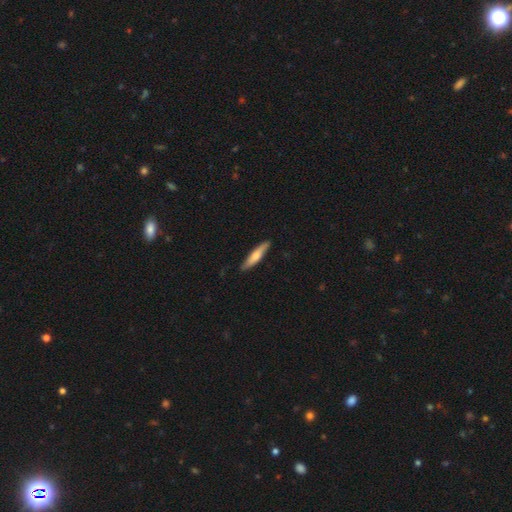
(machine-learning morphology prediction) Smooth or featured?
  - smooth: 65% *
  - featured or disk: 30%
  - star or artifact: 5%
How rounded?
  - cigar-shaped: 85% *
  - in between: 14%
  - round: 1%
Merging?
  - none: 86% *
  - minor disturbance: 11%
  - major disturbance: 2%
  - merger: 1%